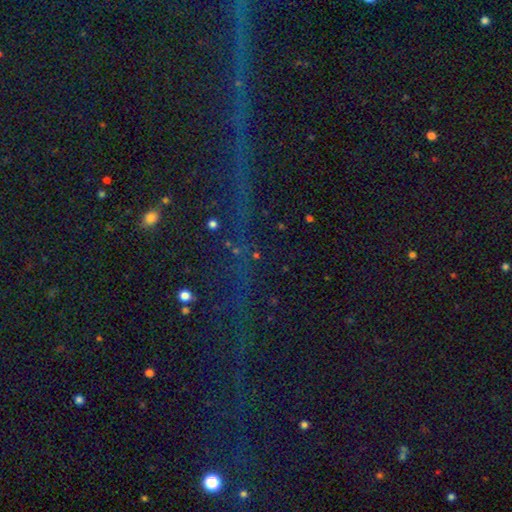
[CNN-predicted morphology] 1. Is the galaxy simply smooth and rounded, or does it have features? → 65% star or artifact, 19% smooth, 15% featured or disk.